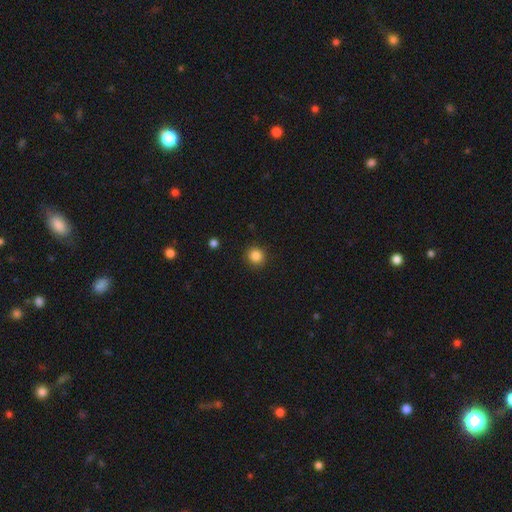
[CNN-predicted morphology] This is clearly a smooth galaxy (85%). How rounded: clearly round (92%). Merging: clearly none (91%).